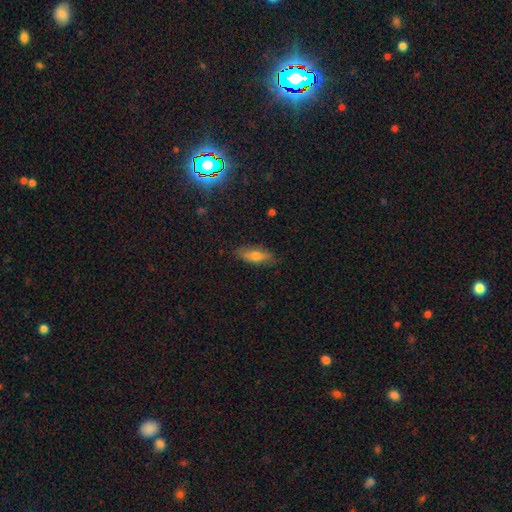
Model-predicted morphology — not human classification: smooth_or_featured: smooth (p=0.60) [alt: featured or disk p=0.32]
how_rounded: in between (p=0.50) [alt: cigar-shaped p=0.47]
merging: none (p=0.83) [alt: minor disturbance p=0.13]